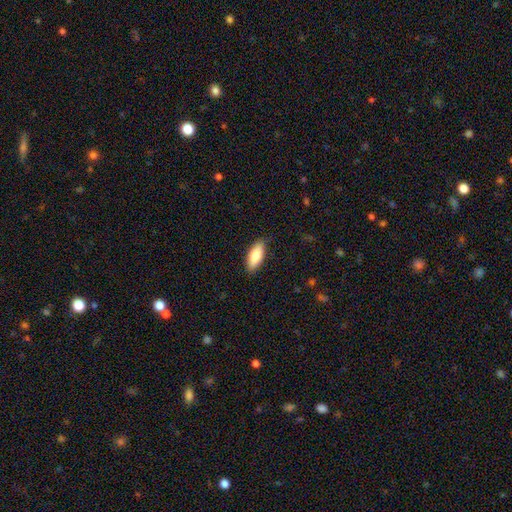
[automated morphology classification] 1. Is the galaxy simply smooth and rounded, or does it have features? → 80% smooth, 14% featured or disk, 6% star or artifact.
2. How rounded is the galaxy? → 80% in between, 18% cigar-shaped, 2% round.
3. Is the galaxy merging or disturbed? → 87% none, 10% minor disturbance, 2% major disturbance, 1% merger.